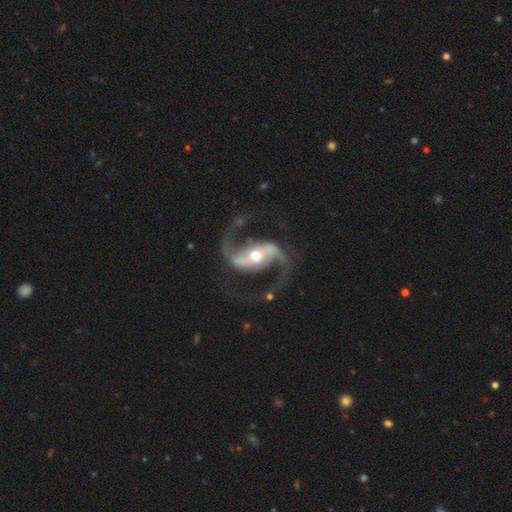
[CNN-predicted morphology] featured or disk 93%, star or artifact 4%, smooth 3%. Down the decision tree: edge-on disk — no (97%); bar — strong (55%); spiral arms — yes (98%); spiral arm count — 2 (95%); spiral winding — loose (58%); bulge size — moderate (71%); merging — none (81%).